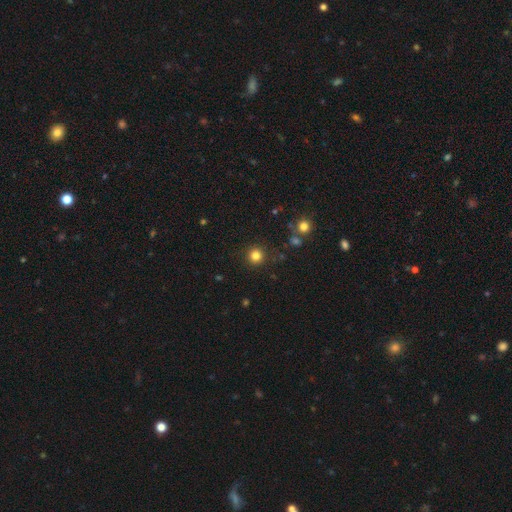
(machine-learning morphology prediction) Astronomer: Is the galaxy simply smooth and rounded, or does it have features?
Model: smooth — 82%.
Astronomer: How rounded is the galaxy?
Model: round — 95%.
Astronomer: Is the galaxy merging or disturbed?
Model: none — 90%.